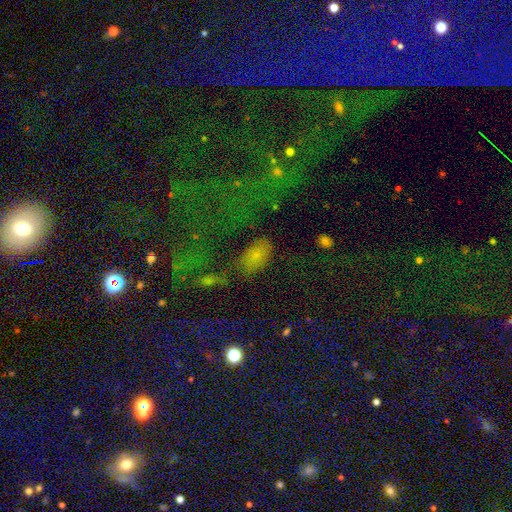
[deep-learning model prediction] Smooth or featured: smooth — 68% (star or artifact — 20%)
How rounded: in between — 91% (round — 6%)
Merging: none — 65% (minor disturbance — 20%)